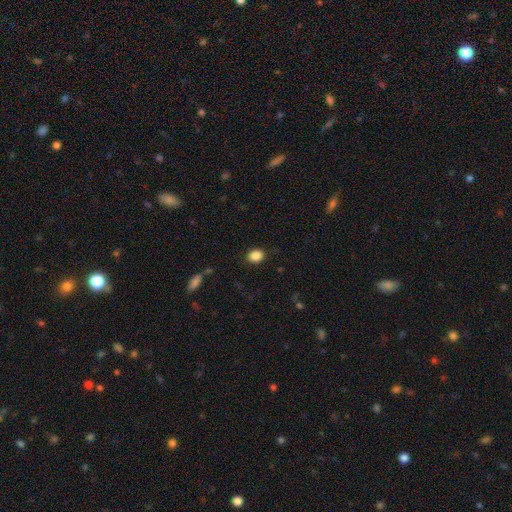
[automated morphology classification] A smooth galaxy with no disk features (87%) that is round (56%). Merging: none (88%).